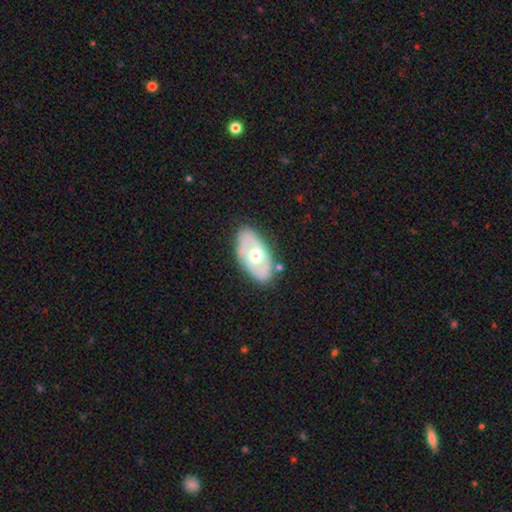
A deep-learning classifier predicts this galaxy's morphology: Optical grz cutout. It shows a featured or disk galaxy (56%). Merging: none (79%).